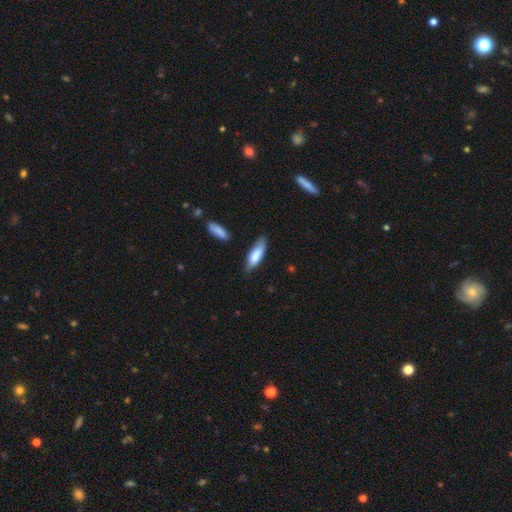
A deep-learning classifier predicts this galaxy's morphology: This appears to be a smooth galaxy with no disk features (78%) that is in between round and cigar-shaped (53%). Merging: none (70%).